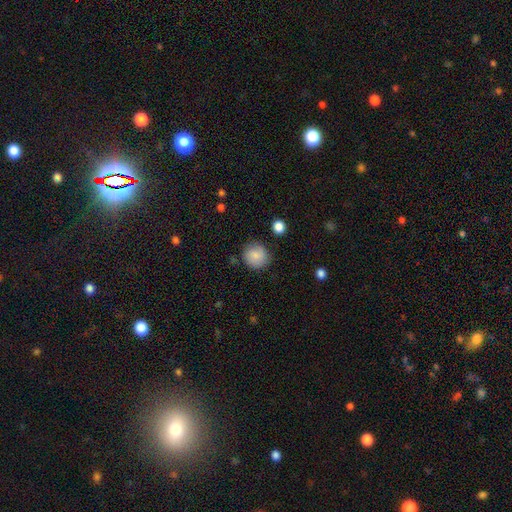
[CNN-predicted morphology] smooth_or_featured: smooth (p=0.83) [alt: featured or disk p=0.09]
how_rounded: round (p=0.90) [alt: in between p=0.09]
merging: none (p=0.80) [alt: minor disturbance p=0.14]